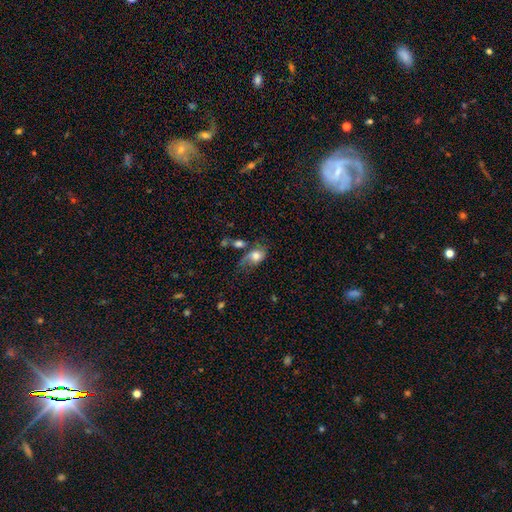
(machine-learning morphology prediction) smooth_or_featured: smooth (p=0.67) [alt: featured or disk p=0.23]
how_rounded: in between (p=0.71) [alt: round p=0.27]
merging: none (p=0.29) [alt: major disturbance p=0.27]